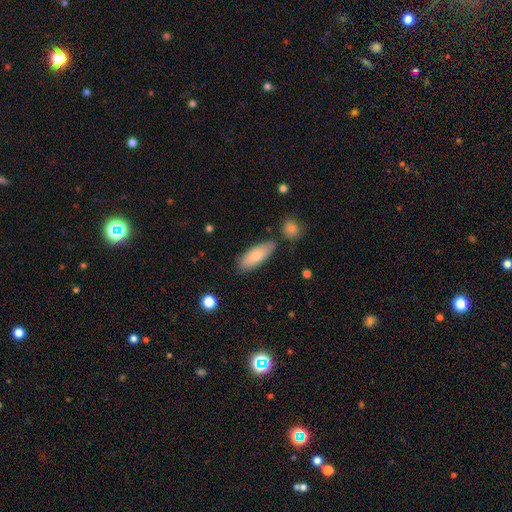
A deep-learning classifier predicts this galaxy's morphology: Overall: smooth (79%). How rounded: in between (74%). Merging: none (77%).